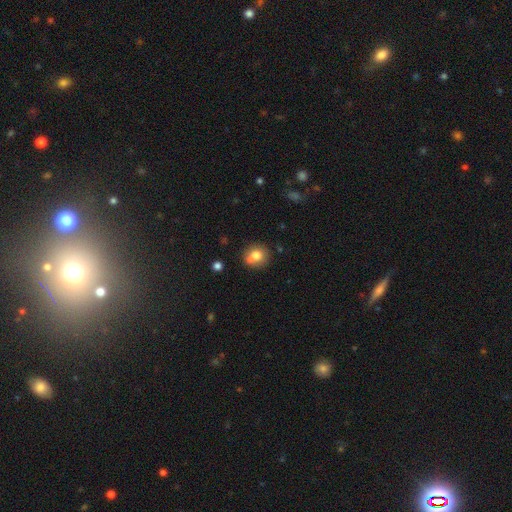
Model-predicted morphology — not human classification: type=smooth (74%); roundness=round (84%); merging=none (56%).